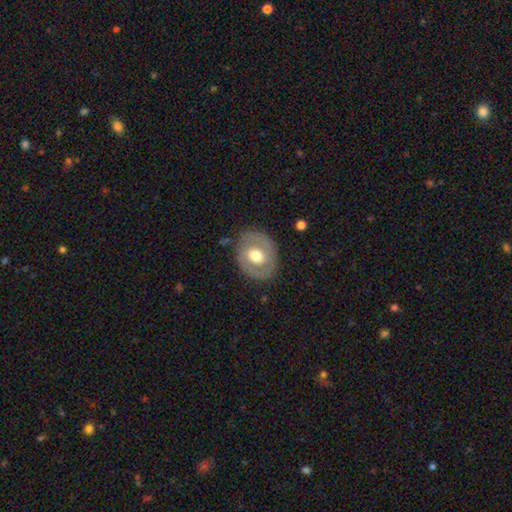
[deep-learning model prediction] featured or disk 54%, smooth 40%, star or artifact 6%. Down the decision tree: edge-on disk — no (94%); bar — no (67%); spiral arms — no (72%); bulge size — moderate (64%); merging — none (82%).